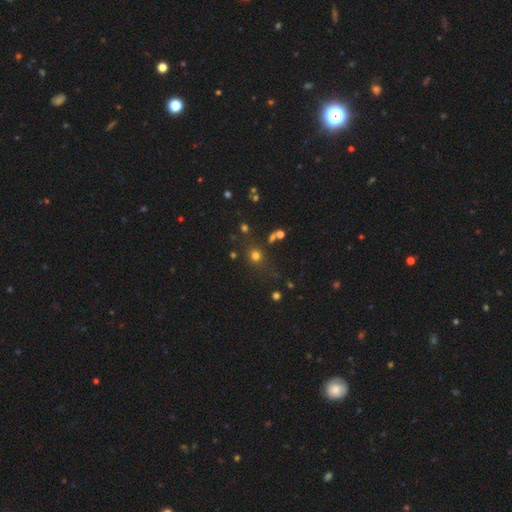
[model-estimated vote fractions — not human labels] This is likely a smooth galaxy (69%). How rounded: clearly round (85%). Merging: likely none (76%).